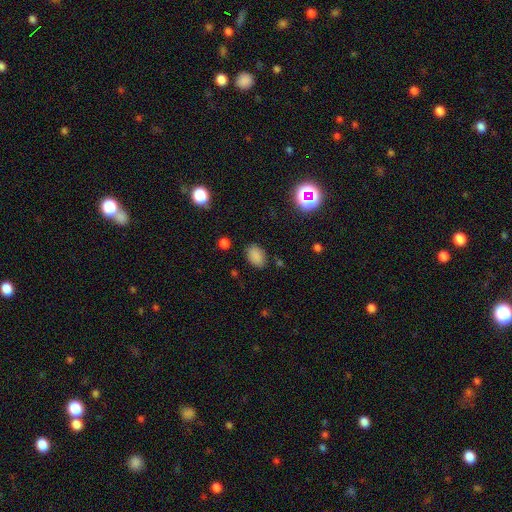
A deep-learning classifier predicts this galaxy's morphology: type=smooth (84%); roundness=in between (88%); merging=none (83%).